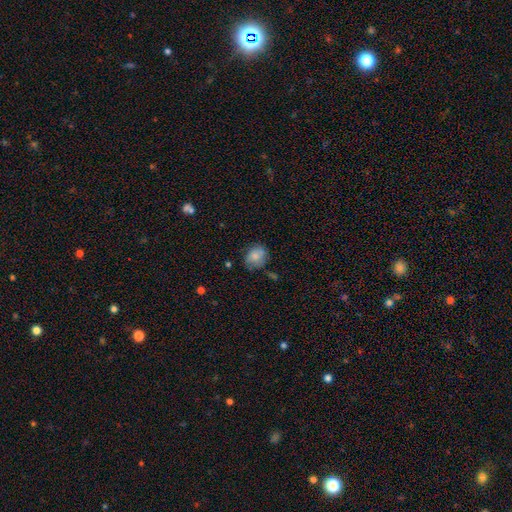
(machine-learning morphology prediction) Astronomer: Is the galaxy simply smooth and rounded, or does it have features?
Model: smooth — 80%.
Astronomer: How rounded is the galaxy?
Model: round — 56% (runner-up: in between, 42%).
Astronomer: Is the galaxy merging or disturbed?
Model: none — 67%.